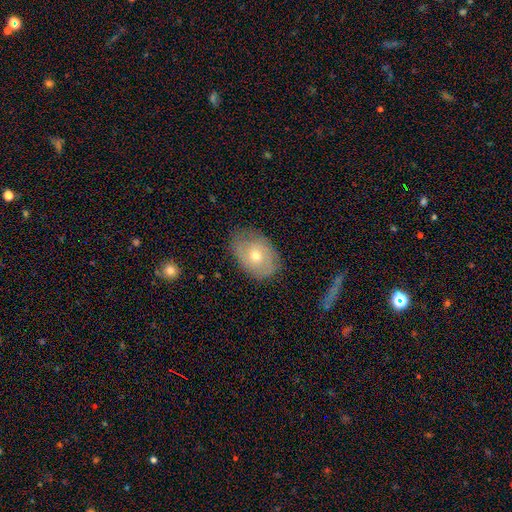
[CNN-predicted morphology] smooth 46% (tied), featured or disk 46% (tied), star or artifact 8%. Down the decision tree: merging — none (71%).